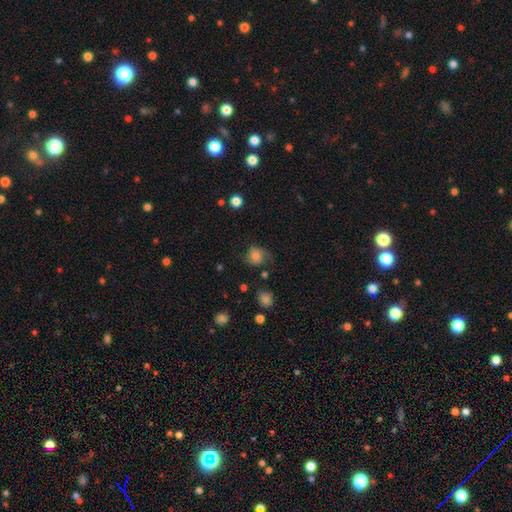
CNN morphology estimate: Smooth or featured? Predicted: smooth (p=0.65). How rounded? Predicted: round (p=0.72). Merging? Predicted: none (p=0.55).